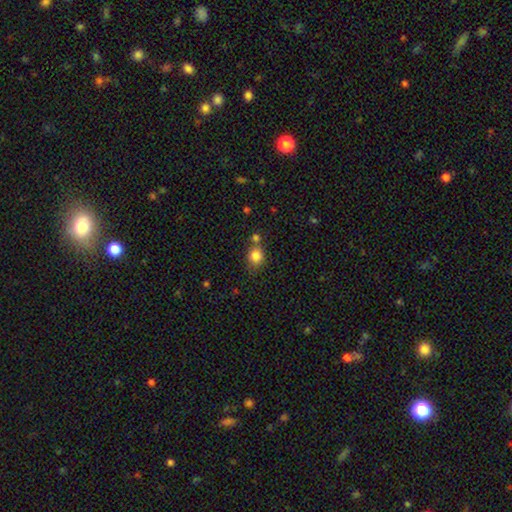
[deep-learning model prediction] Smooth or featured? Predicted: smooth (p=0.83). How rounded? Predicted: round (p=0.77). Merging? Predicted: none (p=0.62).